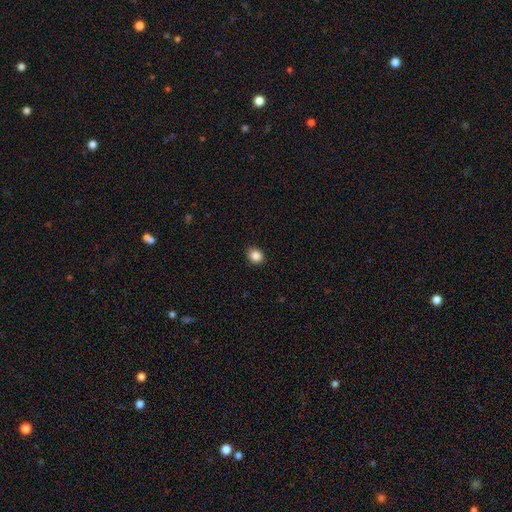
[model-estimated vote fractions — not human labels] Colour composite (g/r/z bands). It shows a smooth galaxy with no disk features (86%) that is round (70%). Merging: none (90%).